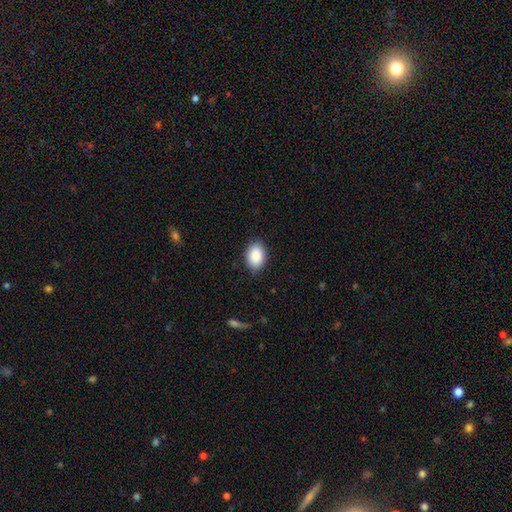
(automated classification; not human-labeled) The model was most divided on "how rounded": in between: 87%, round: 12%, cigar-shaped: 1%. More confident: smooth or featured — smooth (89%); merging — none (87%).